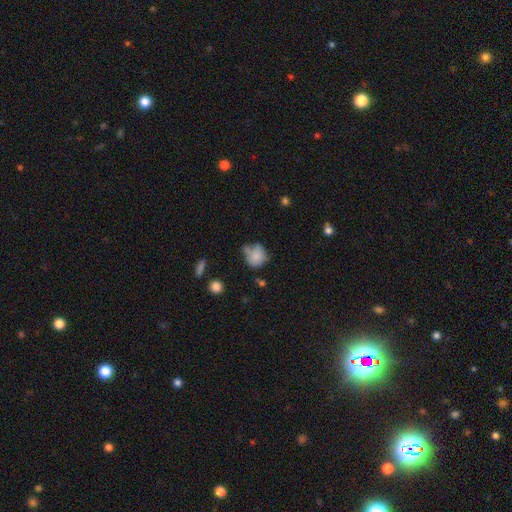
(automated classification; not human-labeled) Overall: smooth (79%). How rounded: round (70%). Merging: none (42%; minor disturbance 31%).